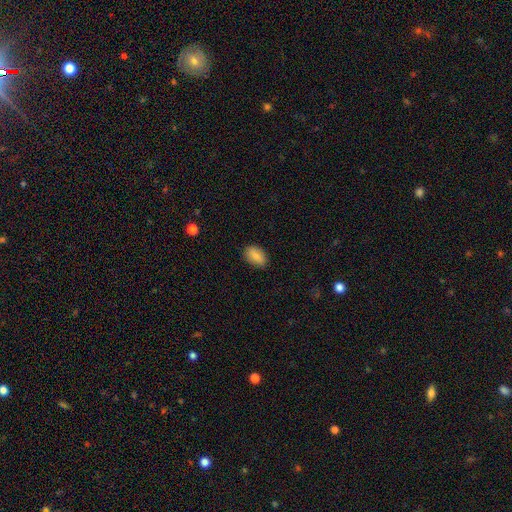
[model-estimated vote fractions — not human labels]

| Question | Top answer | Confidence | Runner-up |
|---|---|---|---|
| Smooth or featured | smooth | 86% | star or artifact (7%) |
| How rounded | in between | 90% | round (7%) |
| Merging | none | 85% | minor disturbance (11%) |